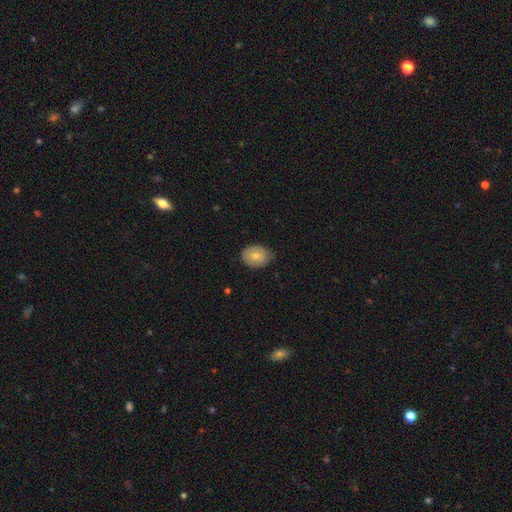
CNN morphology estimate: smooth 74%, featured or disk 19%, star or artifact 7%. Down the decision tree: how rounded — in between (59%); merging — none (72%).